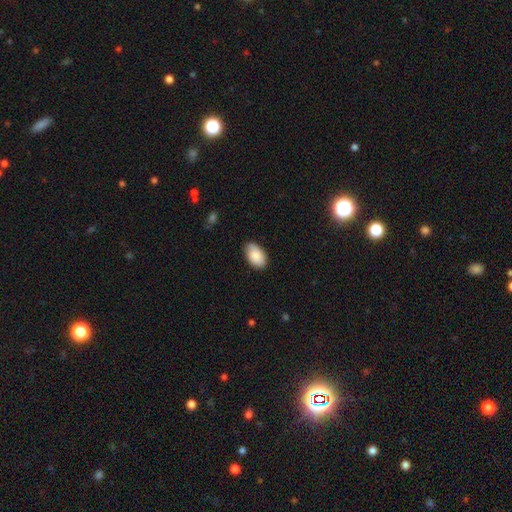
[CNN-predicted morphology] This is clearly a smooth galaxy (86%). How rounded: clearly in between (94%). Merging: clearly none (81%).